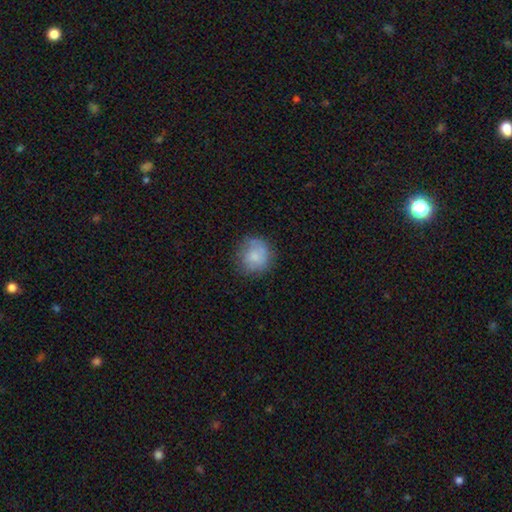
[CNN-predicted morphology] smooth-or-featured: smooth: 72% | featured or disk: 20% | star or artifact: 8%
  how-rounded: round: 86% | in between: 13% | cigar-shaped: 1%
  merging: none: 67% | minor disturbance: 22% | major disturbance: 9% | merger: 2%